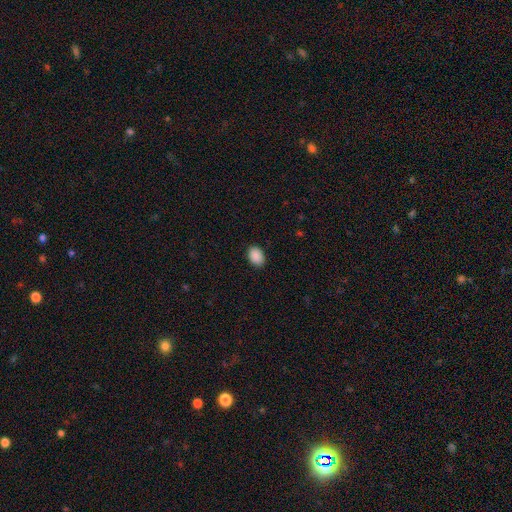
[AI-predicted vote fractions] Q: Smooth or featured?
A: smooth (90%); runner-up: star or artifact (8%)
Q: How rounded?
A: in between (79%); runner-up: round (20%)
Q: Merging?
A: none (89%); runner-up: minor disturbance (8%)